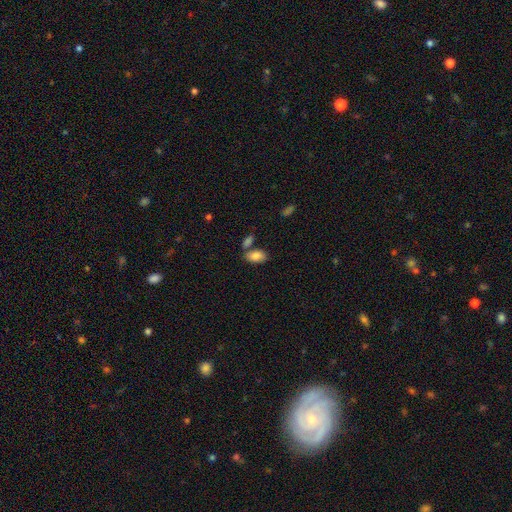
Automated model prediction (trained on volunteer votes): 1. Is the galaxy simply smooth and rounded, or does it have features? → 84% smooth, 8% featured or disk, 7% star or artifact.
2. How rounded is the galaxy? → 93% in between, 4% round, 3% cigar-shaped.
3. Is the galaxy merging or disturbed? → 59% none, 24% merger, 13% minor disturbance, 4% major disturbance.